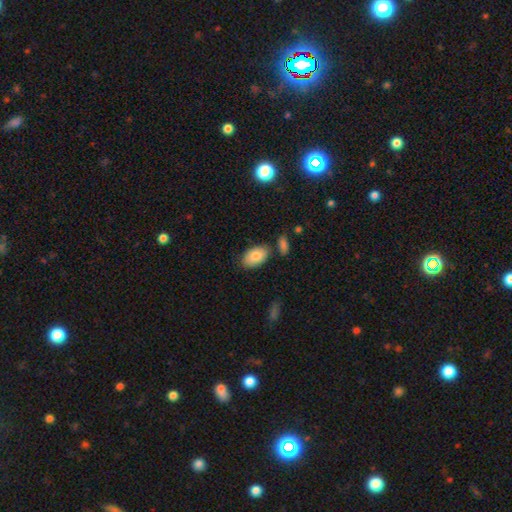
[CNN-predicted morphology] A smooth galaxy with no disk features (84%) that is in between round and cigar-shaped (94%). Merging: none (76%).